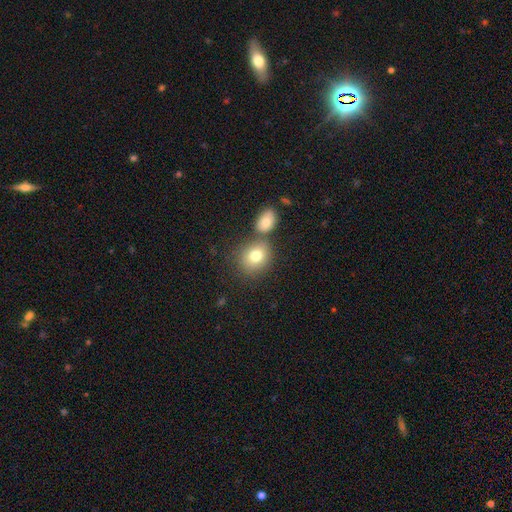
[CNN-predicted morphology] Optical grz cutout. It shows a smooth galaxy with no disk features (77%) that is round (61%). Merging: none (61%).